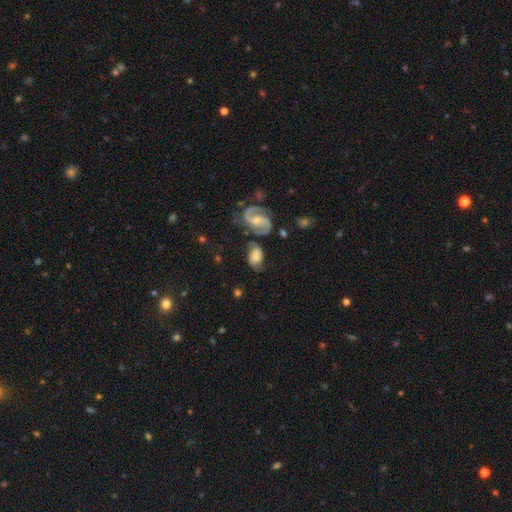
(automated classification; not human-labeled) Smooth or featured?
  - featured or disk: 55% *
  - smooth: 36%
  - star or artifact: 9%
Edge-on disk?
  - no: 96% *
  - yes: 4%
Bar?
  - no: 45% *
  - weak: 40%
  - strong: 15%
Spiral arms?
  - yes: 92% *
  - no: 8%
Bulge size?
  - small: 32% *
  - moderate: 31%
  - none: 17%
  - large: 17%
  - dominant: 4%
Merging?
  - none: 50% *
  - minor disturbance: 23%
  - merger: 15%
  - major disturbance: 12%